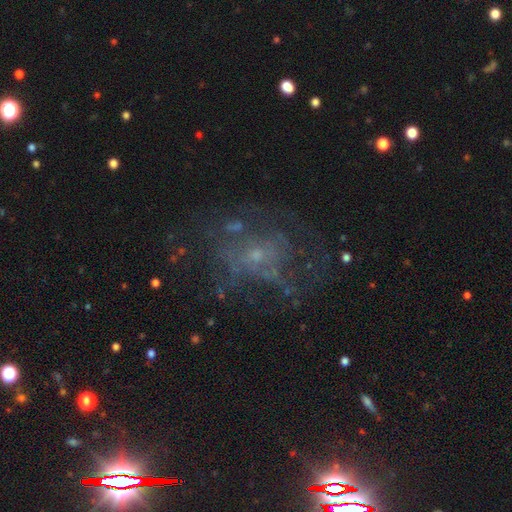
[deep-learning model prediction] Smooth or featured? featured or disk (57%)
Edge-on disk? no (97%)
Bar? no (83%)
Spiral arms? no (60%)
Bulge size? small (65%)
Merging? none (54%)